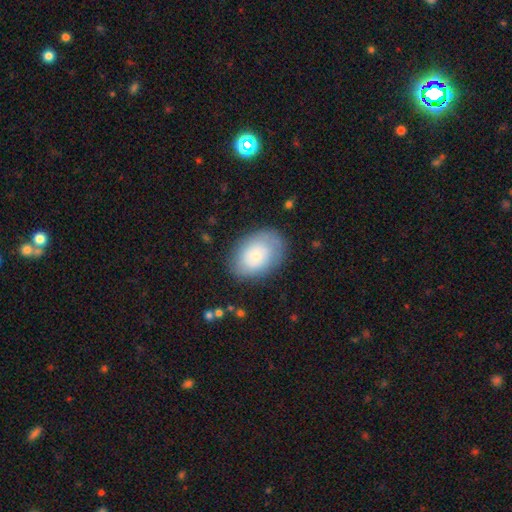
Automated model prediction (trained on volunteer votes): This is likely a smooth galaxy (64%). How rounded: likely in between (76%). Merging: likely none (76%).